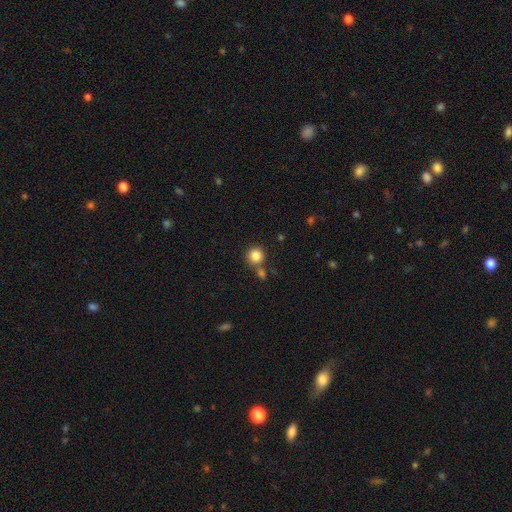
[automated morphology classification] Q: Smooth or featured?
A: smooth (84%); runner-up: star or artifact (10%)
Q: How rounded?
A: round (93%); runner-up: in between (6%)
Q: Merging?
A: none (70%); runner-up: merger (18%)